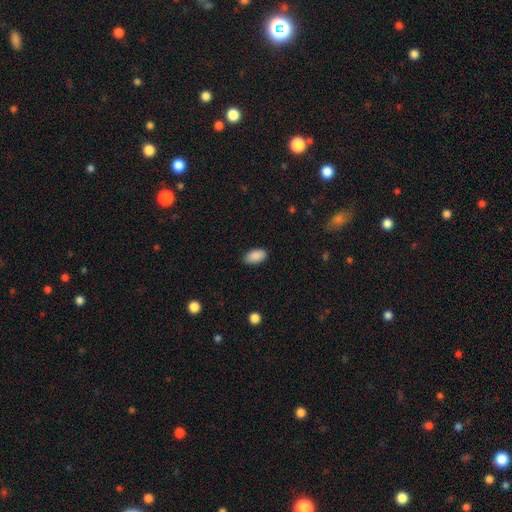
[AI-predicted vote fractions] A smooth galaxy with no disk features (90%) that is in between round and cigar-shaped (94%).

Vote fractions:
- Smooth or featured? smooth: 90% / star or artifact: 7% / featured or disk: 3%
- How rounded? in between: 94% / round: 3% / cigar-shaped: 2%
- Merging? none: 87% / minor disturbance: 10% / major disturbance: 2% / merger: 1%